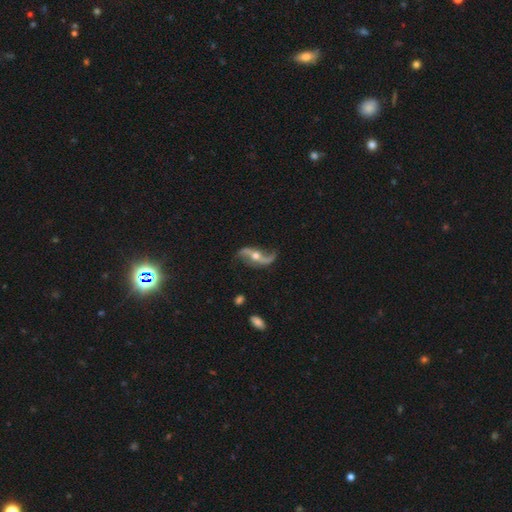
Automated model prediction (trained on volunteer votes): The model was most divided on "bar": no: 53%, weak: 26%, strong: 21%. More confident: spiral arms — yes (96%); spiral arm count — 2 (94%); edge-on disk — no (93%); spiral winding — loose (91%); smooth or featured — featured or disk (90%); merging — none (77%); bulge size — moderate (68%).